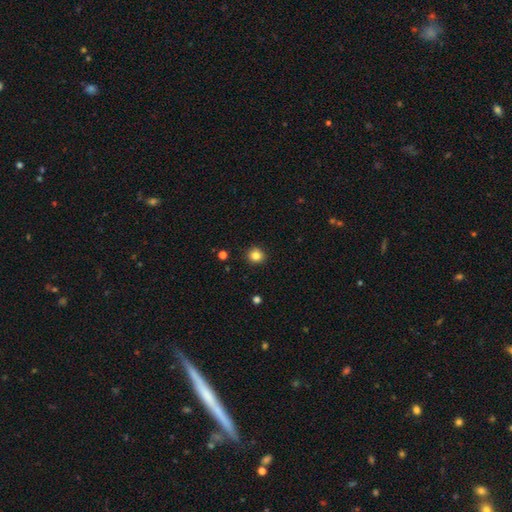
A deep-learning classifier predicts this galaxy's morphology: Smooth or featured? Predicted: smooth (p=0.83). How rounded? Predicted: round (p=0.87). Merging? Predicted: none (p=0.91).